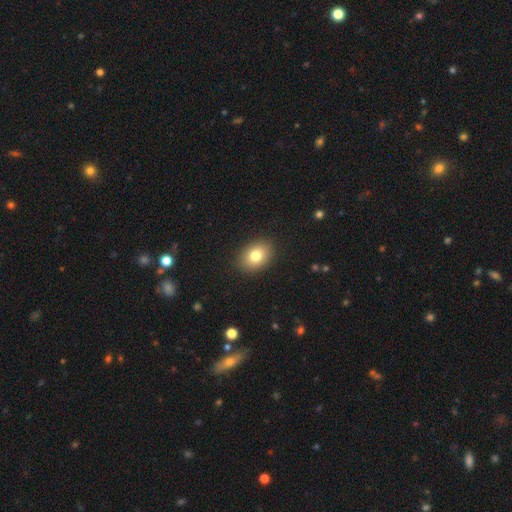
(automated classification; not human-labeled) Smooth or featured: smooth — 80% (featured or disk — 11%)
How rounded: in between — 70% (round — 29%)
Merging: none — 89% (minor disturbance — 8%)